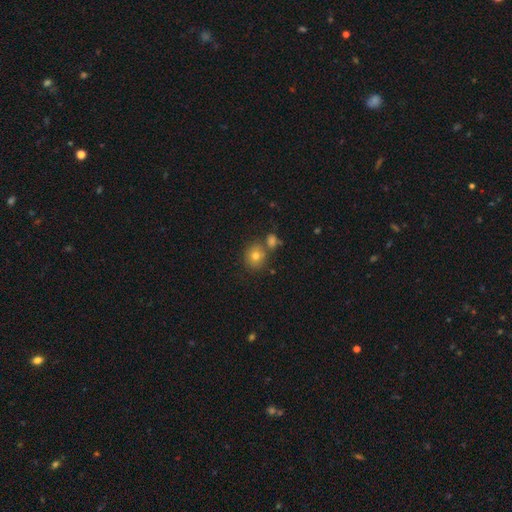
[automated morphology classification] smooth-or-featured: smooth: 67% | star or artifact: 21% | featured or disk: 12%
  how-rounded: round: 84% | in between: 14% | cigar-shaped: 1%
  merging: none: 68% | merger: 21% | minor disturbance: 8% | major disturbance: 3%